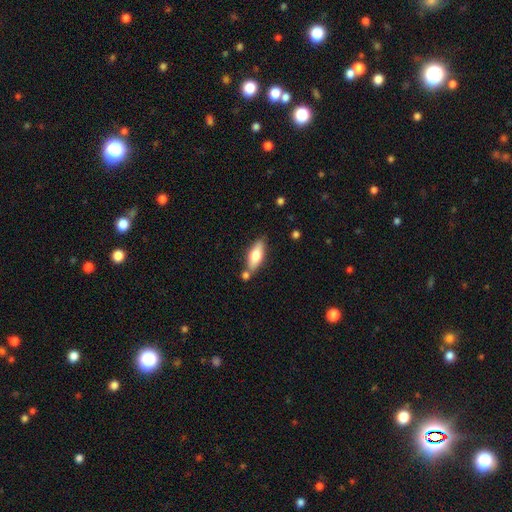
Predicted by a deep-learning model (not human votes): smooth_or_featured: smooth (p=0.68) [alt: featured or disk p=0.26]
how_rounded: in between (p=0.67) [alt: cigar-shaped p=0.31]
merging: none (p=0.68) [alt: merger p=0.14]